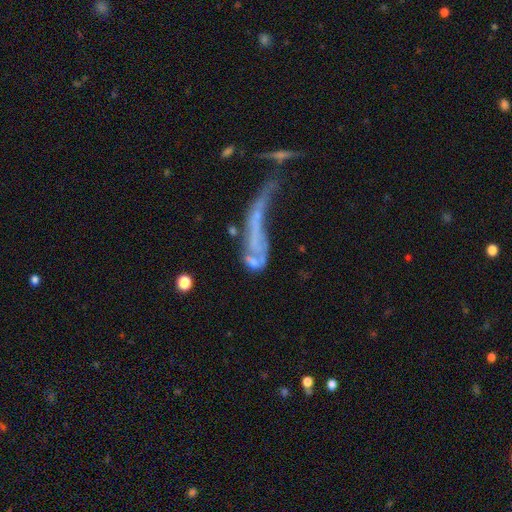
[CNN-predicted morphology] This is possibly a featured or disk galaxy (49%). Merging: marginally merger (39%).